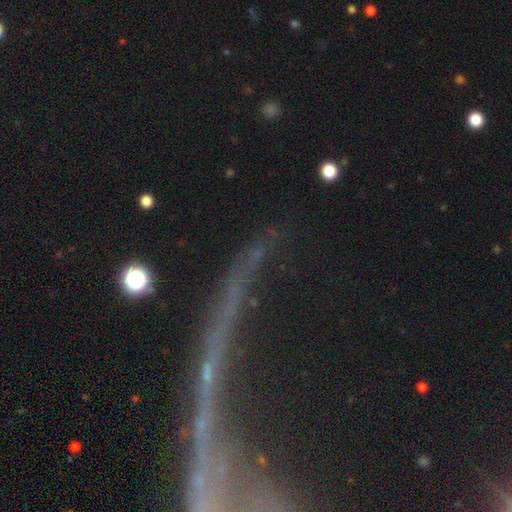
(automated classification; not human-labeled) Q: Smooth or featured?
A: star or artifact (62%); runner-up: featured or disk (21%)